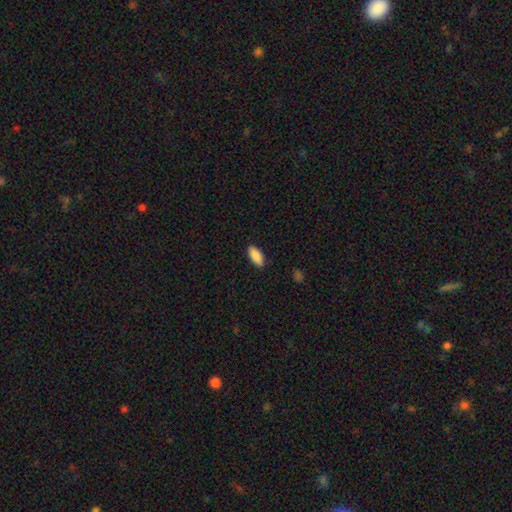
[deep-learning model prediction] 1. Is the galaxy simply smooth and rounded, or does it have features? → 89% smooth, 6% star or artifact, 5% featured or disk.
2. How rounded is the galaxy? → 87% in between, 11% cigar-shaped, 2% round.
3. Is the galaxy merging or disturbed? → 88% none, 9% minor disturbance, 2% major disturbance, 1% merger.